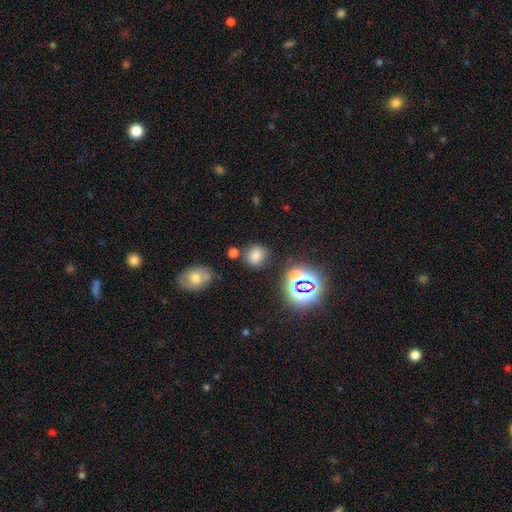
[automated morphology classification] Smooth or featured? smooth (72%)
How rounded? round (74%)
Merging? none (78%)